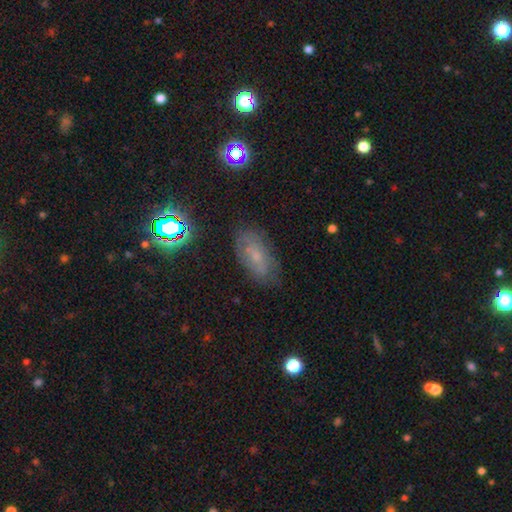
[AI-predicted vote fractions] This is marginally a smooth galaxy (44%). Merging: likely none (74%).